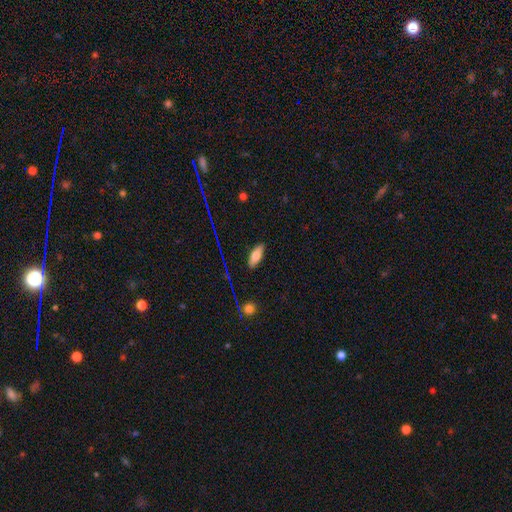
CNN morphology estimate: Smooth or featured: smooth — 75% (featured or disk — 16%)
How rounded: in between — 74% (cigar-shaped — 24%)
Merging: none — 87% (minor disturbance — 10%)